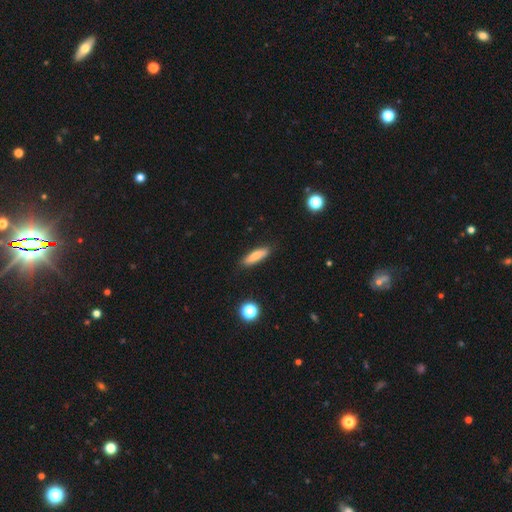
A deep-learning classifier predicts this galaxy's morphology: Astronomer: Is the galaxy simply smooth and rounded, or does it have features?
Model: smooth — 77%.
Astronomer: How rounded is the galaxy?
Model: cigar-shaped — 68%.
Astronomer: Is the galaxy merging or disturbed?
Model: none — 86%.